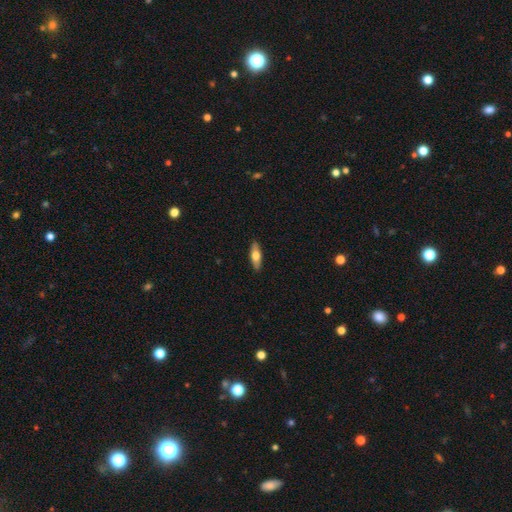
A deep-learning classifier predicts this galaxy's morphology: A smooth galaxy with no disk features (58%) that is in between round and cigar-shaped (54%). Merging: none (90%).